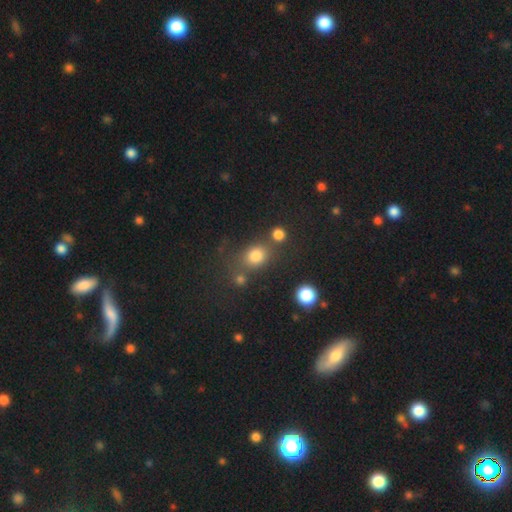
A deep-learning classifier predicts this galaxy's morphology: A smooth galaxy with no disk features (79%) that is round (57%).

Vote fractions:
- Smooth or featured? smooth: 79% / star or artifact: 14% / featured or disk: 7%
- How rounded? round: 57% / in between: 42% / cigar-shaped: 2%
- Merging? none: 60% / merger: 19% / minor disturbance: 14% / major disturbance: 8%